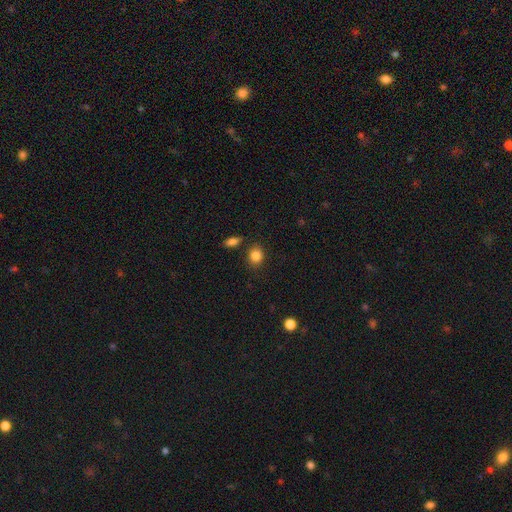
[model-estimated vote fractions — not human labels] A smooth galaxy with no disk features (86%) that is round (60%).

Vote fractions:
- Smooth or featured? smooth: 86% / star or artifact: 10% / featured or disk: 5%
- How rounded? round: 60% / in between: 39% / cigar-shaped: 1%
- Merging? none: 81% / minor disturbance: 11% / merger: 5% / major disturbance: 3%